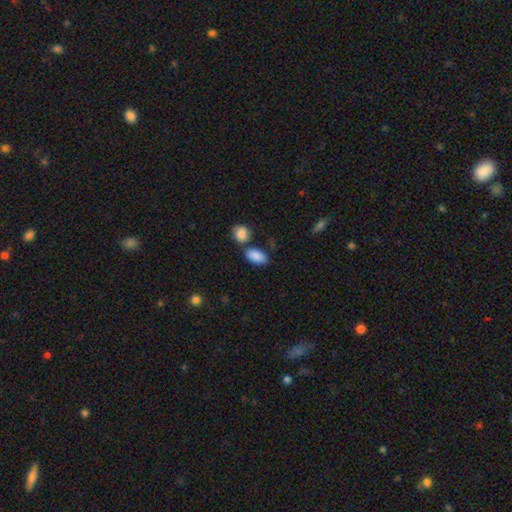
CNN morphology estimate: Smooth or featured?
  - smooth: 88% *
  - star or artifact: 7%
  - featured or disk: 5%
How rounded?
  - in between: 92% *
  - round: 5%
  - cigar-shaped: 3%
Merging?
  - none: 66% *
  - merger: 17%
  - minor disturbance: 13%
  - major disturbance: 4%